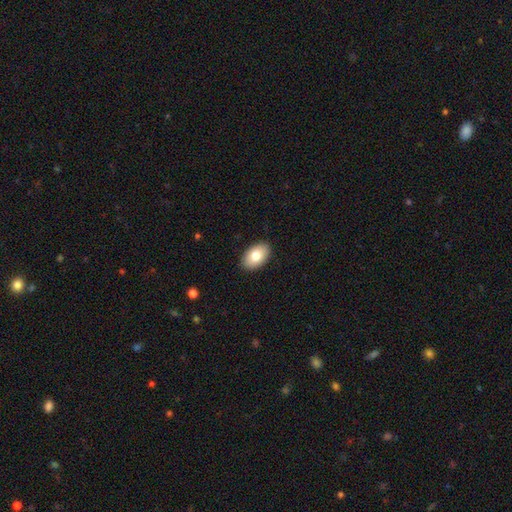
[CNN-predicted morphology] A smooth galaxy with no disk features (79%) that is in between round and cigar-shaped (92%).

Vote fractions:
- Smooth or featured? smooth: 79% / featured or disk: 14% / star or artifact: 7%
- How rounded? in between: 92% / round: 7% / cigar-shaped: 1%
- Merging? none: 90% / minor disturbance: 8% / major disturbance: 2% / merger: 1%